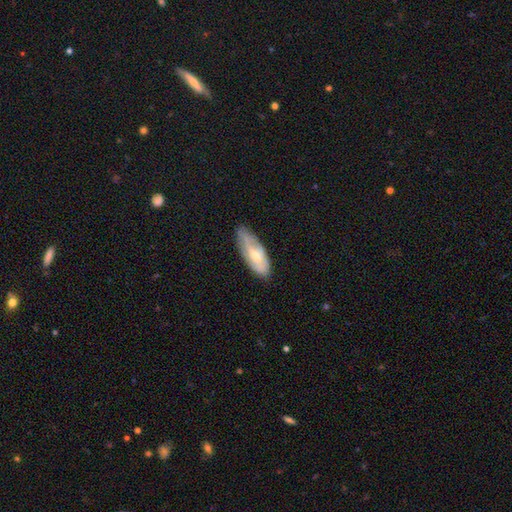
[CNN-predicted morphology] smooth-or-featured: smooth: 50% | featured or disk: 44% | star or artifact: 6%
  how-rounded: in between: 77% | cigar-shaped: 21% | round: 2%
  merging: none: 66% | minor disturbance: 26% | major disturbance: 6% | merger: 2%